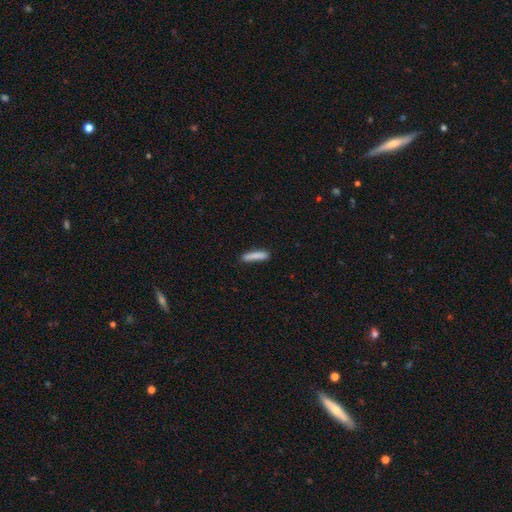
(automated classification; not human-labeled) Smooth or featured? smooth (84%)
How rounded? cigar-shaped (87%)
Merging? none (82%)